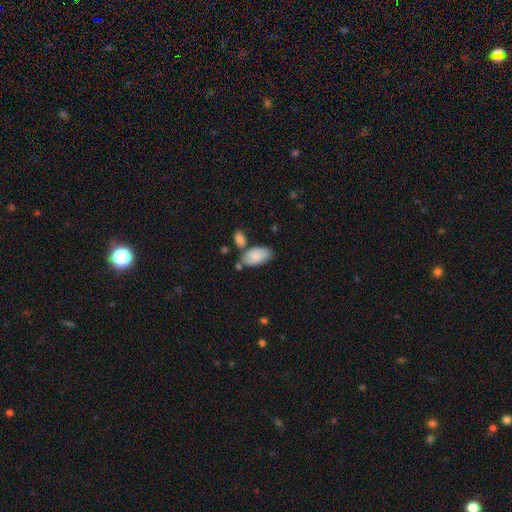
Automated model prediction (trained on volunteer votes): Smooth or featured? smooth (80%)
How rounded? in between (94%)
Merging? none (54%)